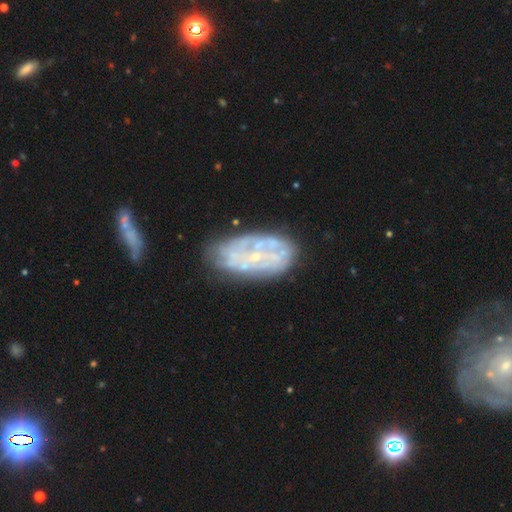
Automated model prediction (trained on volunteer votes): The model was most divided on "spiral arms": no: 61%, yes: 39%. More confident: edge-on disk — no (94%); bar — no (81%); bulge size — small (72%); smooth or featured — featured or disk (70%); merging — none (55%).